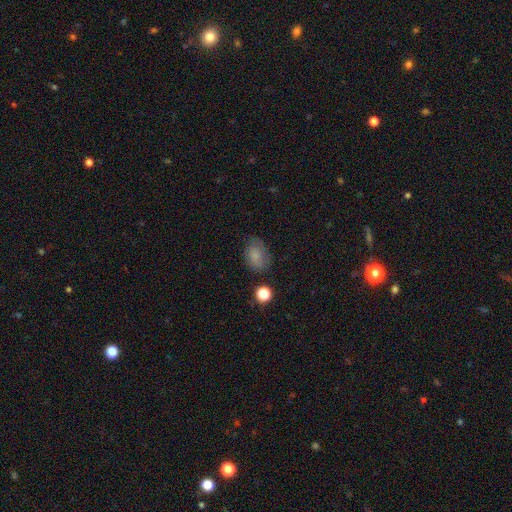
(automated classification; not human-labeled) Smooth or featured? smooth (78%)
How rounded? in between (75%)
Merging? none (68%)